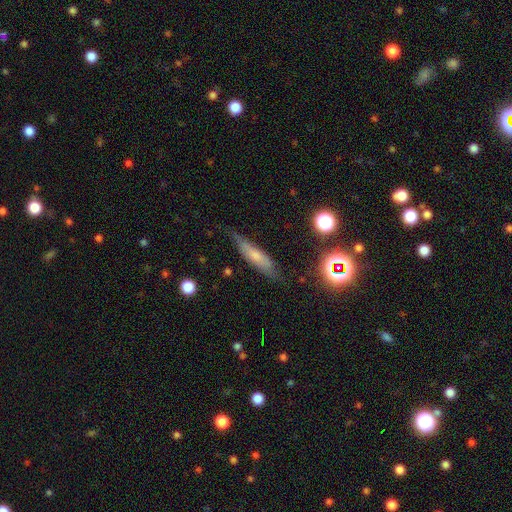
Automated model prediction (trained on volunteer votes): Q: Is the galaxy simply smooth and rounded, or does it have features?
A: smooth — 56%.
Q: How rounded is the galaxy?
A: cigar-shaped — 77%.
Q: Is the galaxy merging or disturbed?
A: none — 70%.